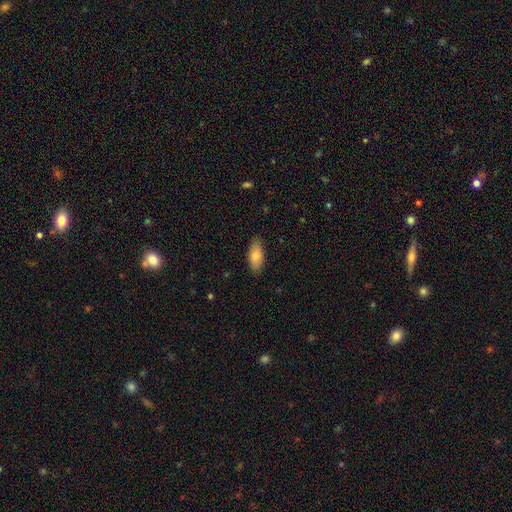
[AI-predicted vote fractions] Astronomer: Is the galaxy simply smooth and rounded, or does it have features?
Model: smooth — 78%.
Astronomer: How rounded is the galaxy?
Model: in between — 87%.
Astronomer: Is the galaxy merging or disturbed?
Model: none — 86%.